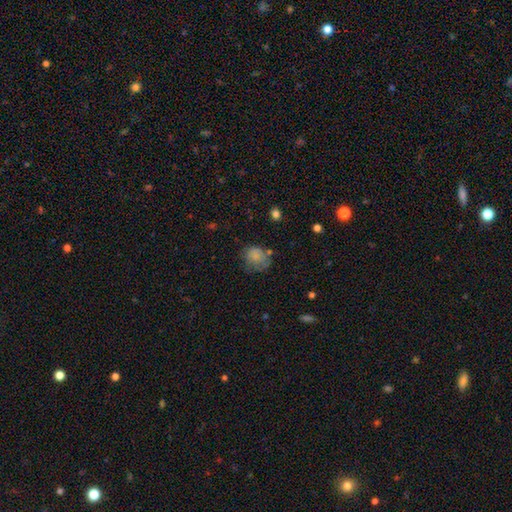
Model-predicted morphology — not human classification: Smooth or featured?
  - smooth: 70% *
  - featured or disk: 19%
  - star or artifact: 11%
How rounded?
  - round: 63% *
  - in between: 36%
  - cigar-shaped: 1%
Merging?
  - none: 48% *
  - minor disturbance: 30%
  - major disturbance: 19%
  - merger: 3%